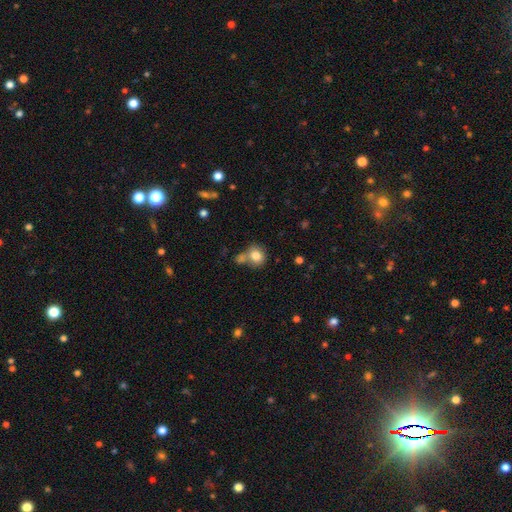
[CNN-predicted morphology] smooth 82%, star or artifact 9%, featured or disk 8%. Down the decision tree: how rounded — round (66%); merging — none (50%).